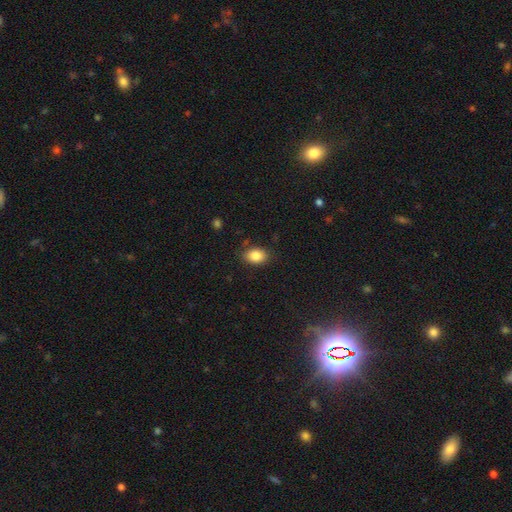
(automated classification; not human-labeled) This is clearly a smooth galaxy (86%). How rounded: clearly in between (81%). Merging: clearly none (83%).